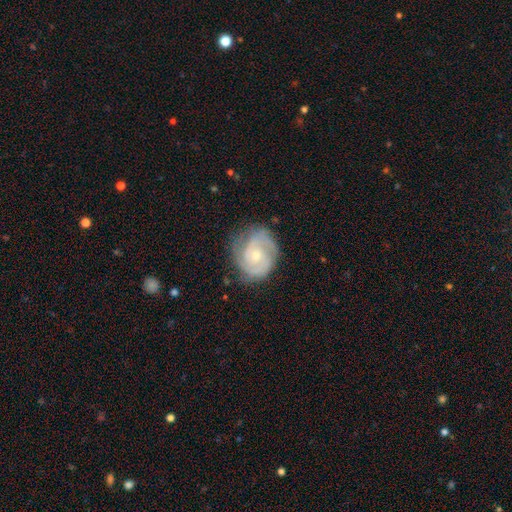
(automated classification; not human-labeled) Smooth or featured? featured or disk (83%)
Edge-on disk? no (98%)
Bar? no (72%)
Spiral arms? yes (96%)
Spiral winding? tight (61%)
Spiral arm count? 2 (44%)
Bulge size? small (59%)
Merging? none (71%)